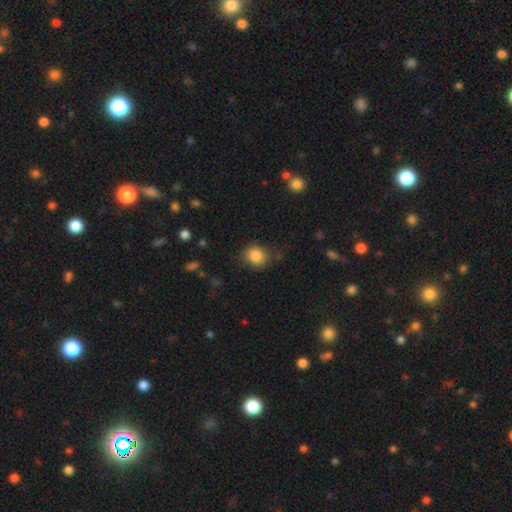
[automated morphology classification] Smooth or featured: smooth — 86% (star or artifact — 9%)
How rounded: round — 70% (in between — 29%)
Merging: none — 77% (minor disturbance — 16%)